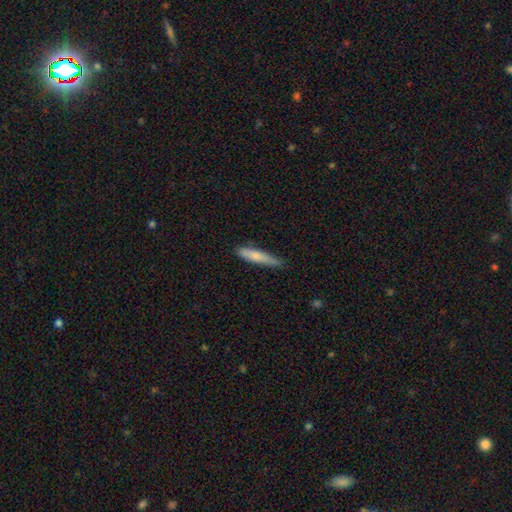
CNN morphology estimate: A smooth galaxy with no disk features (76%) that is cigar-shaped (87%).

Vote fractions:
- Smooth or featured? smooth: 76% / featured or disk: 19% / star or artifact: 6%
- How rounded? cigar-shaped: 87% / in between: 11% / round: 1%
- Merging? none: 71% / minor disturbance: 24% / major disturbance: 4% / merger: 2%